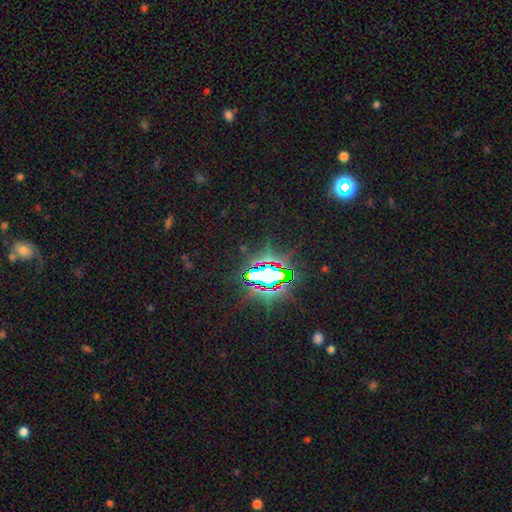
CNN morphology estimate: star or artifact 82%, smooth 10%, featured or disk 8%.